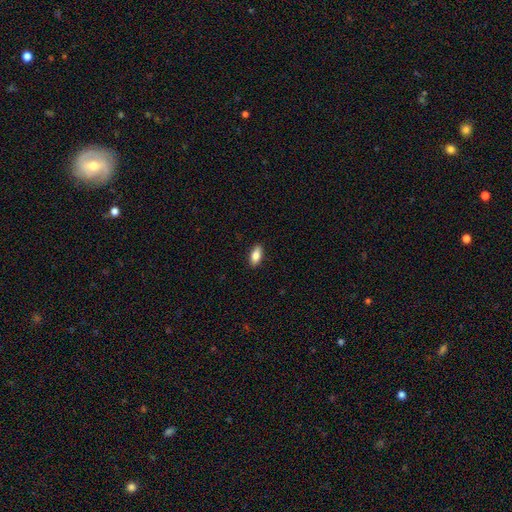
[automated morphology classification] Overall: smooth (83%). How rounded: in between (87%). Merging: none (89%).